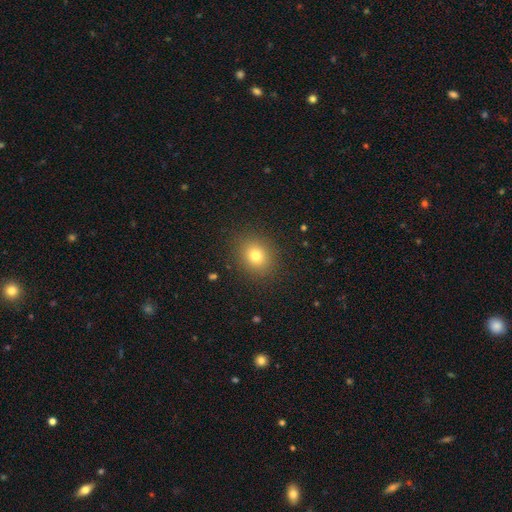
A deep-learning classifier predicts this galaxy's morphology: Smooth or featured? smooth (77%)
How rounded? round (68%)
Merging? none (89%)